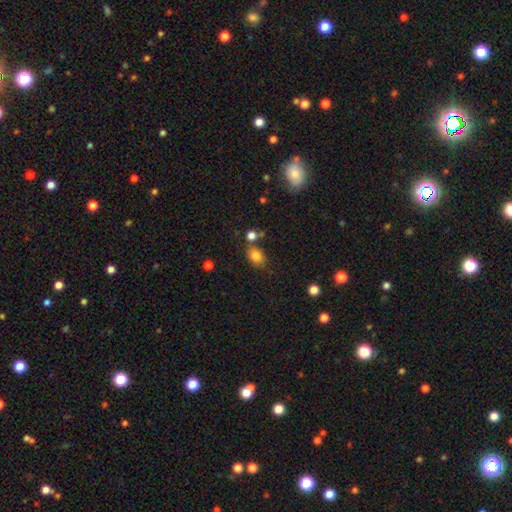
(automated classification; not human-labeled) Smooth or featured? smooth (83%)
How rounded? in between (69%)
Merging? none (70%)